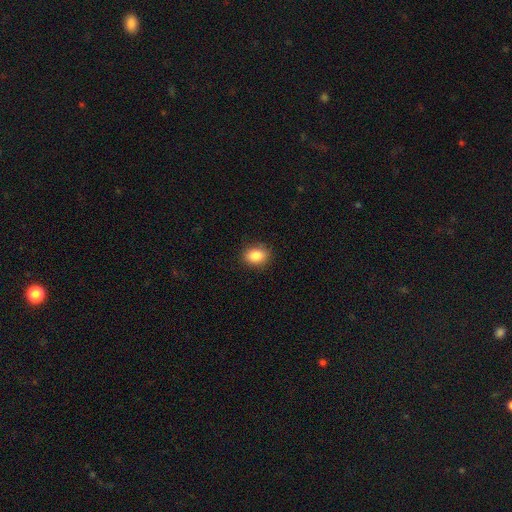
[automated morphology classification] This is clearly a smooth galaxy (86%). How rounded: likely in between (62%). Merging: clearly none (87%).